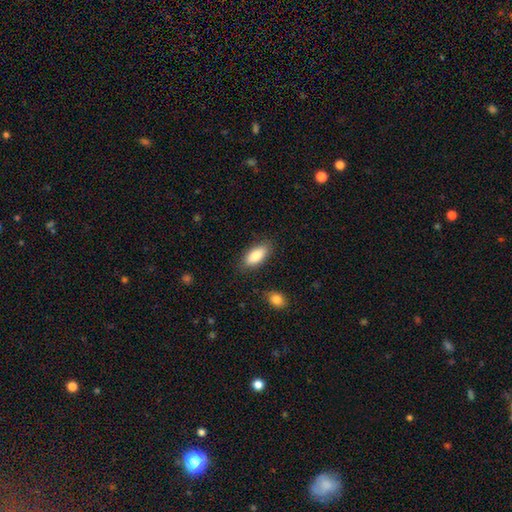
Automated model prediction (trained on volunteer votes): Smooth or featured? smooth (83%)
How rounded? in between (88%)
Merging? none (85%)